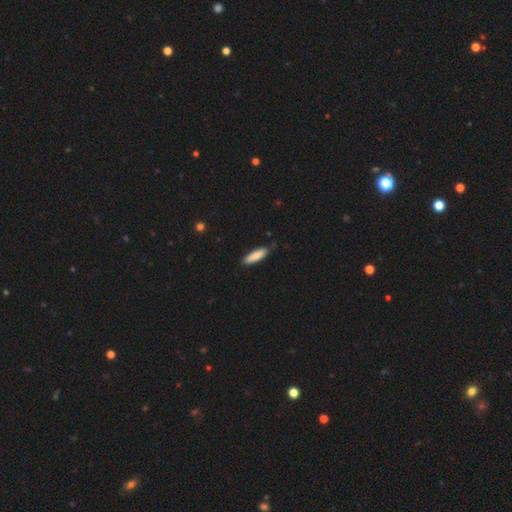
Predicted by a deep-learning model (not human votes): Q: Smooth or featured?
A: smooth (85%); runner-up: featured or disk (9%)
Q: How rounded?
A: cigar-shaped (64%); runner-up: in between (34%)
Q: Merging?
A: none (81%); runner-up: minor disturbance (15%)